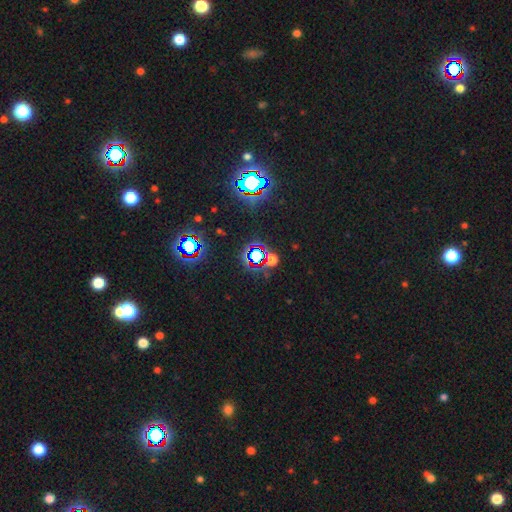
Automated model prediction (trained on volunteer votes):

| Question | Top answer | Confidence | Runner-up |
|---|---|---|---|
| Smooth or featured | star or artifact | 70% | smooth (21%) |